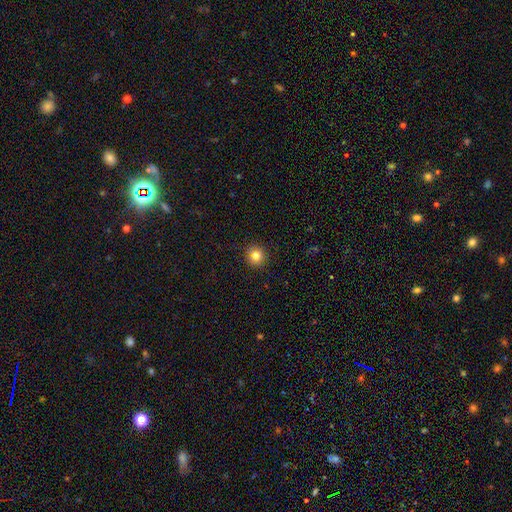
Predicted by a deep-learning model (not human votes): Smooth or featured?
  - smooth: 80% *
  - star or artifact: 12%
  - featured or disk: 7%
How rounded?
  - round: 92% *
  - in between: 7%
  - cigar-shaped: 1%
Merging?
  - none: 91% *
  - minor disturbance: 6%
  - major disturbance: 2%
  - merger: 1%